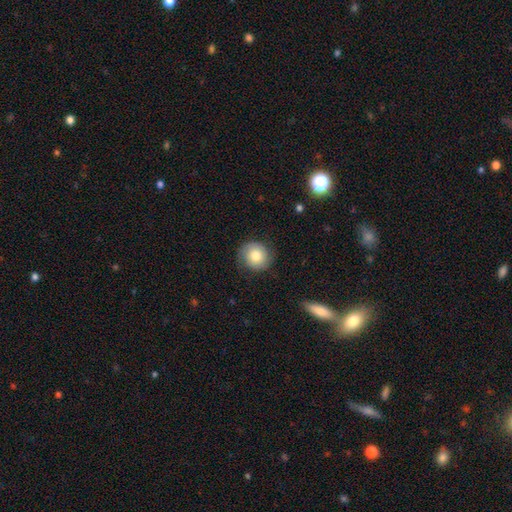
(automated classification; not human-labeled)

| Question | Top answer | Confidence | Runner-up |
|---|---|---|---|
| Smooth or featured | smooth | 69% | featured or disk (23%) |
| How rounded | round | 89% | in between (10%) |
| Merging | none | 76% | minor disturbance (17%) |